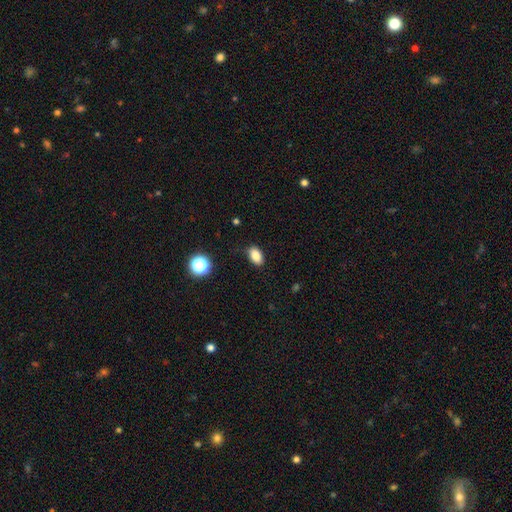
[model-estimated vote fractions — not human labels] A smooth galaxy with no disk features (83%) that is in between round and cigar-shaped (87%).

Vote fractions:
- Smooth or featured? smooth: 83% / star or artifact: 10% / featured or disk: 6%
- How rounded? in between: 87% / round: 12% / cigar-shaped: 2%
- Merging? none: 84% / minor disturbance: 12% / major disturbance: 3% / merger: 1%